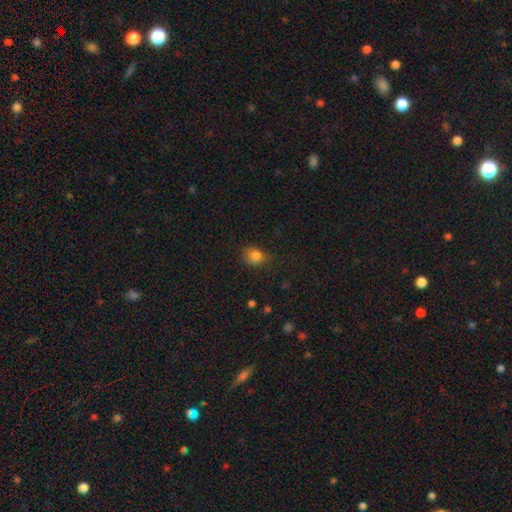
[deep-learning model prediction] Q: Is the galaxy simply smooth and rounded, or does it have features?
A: smooth — 81%.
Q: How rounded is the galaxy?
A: round — 65%.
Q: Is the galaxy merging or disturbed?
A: none — 66%.